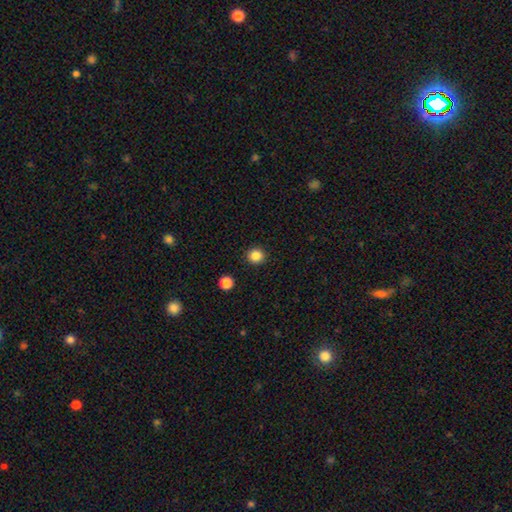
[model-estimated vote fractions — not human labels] Q: Smooth or featured?
A: smooth (85%); runner-up: star or artifact (11%)
Q: How rounded?
A: round (91%); runner-up: in between (8%)
Q: Merging?
A: none (92%); runner-up: minor disturbance (5%)